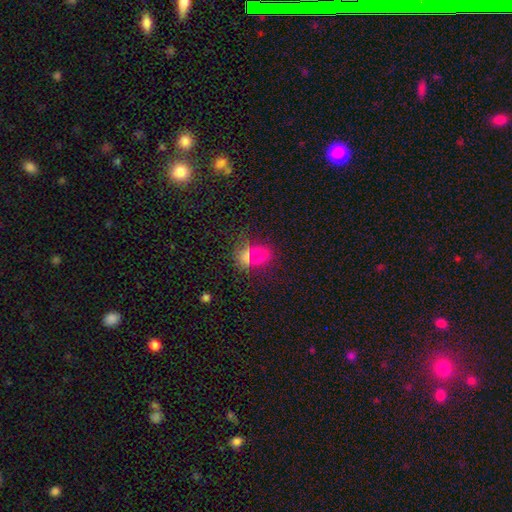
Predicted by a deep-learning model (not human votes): smooth 67%, star or artifact 25%, featured or disk 8%. Down the decision tree: how rounded — in between (66%); merging — none (72%).